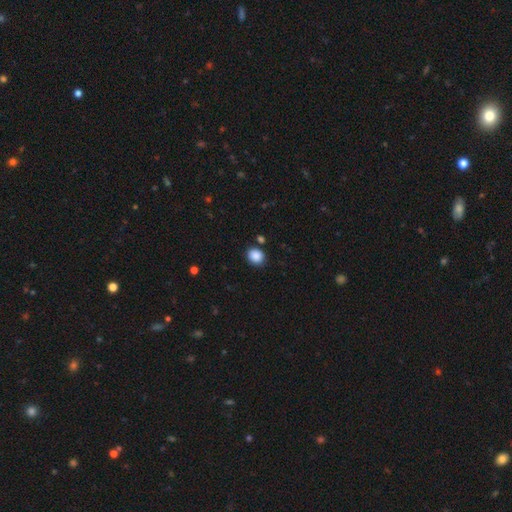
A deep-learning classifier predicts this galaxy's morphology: Smooth or featured? Predicted: smooth (p=0.88). How rounded? Predicted: round (p=0.63). Merging? Predicted: none (p=0.84).